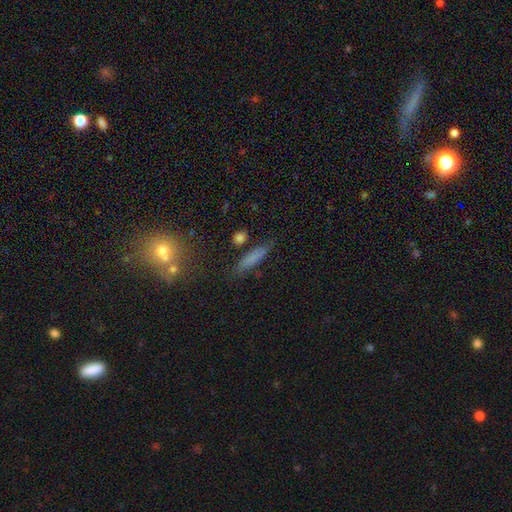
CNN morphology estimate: smooth_or_featured: smooth (p=0.71) [alt: featured or disk p=0.19]
how_rounded: cigar-shaped (p=0.82) [alt: in between p=0.15]
merging: none (p=0.76) [alt: minor disturbance p=0.15]